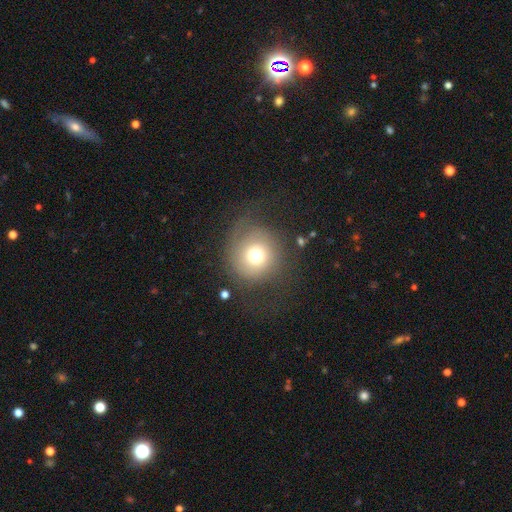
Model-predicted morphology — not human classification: Smooth or featured?
  - smooth: 67% *
  - featured or disk: 19%
  - star or artifact: 14%
How rounded?
  - round: 93% *
  - in between: 6%
  - cigar-shaped: 1%
Merging?
  - none: 64% *
  - major disturbance: 17%
  - minor disturbance: 16%
  - merger: 2%